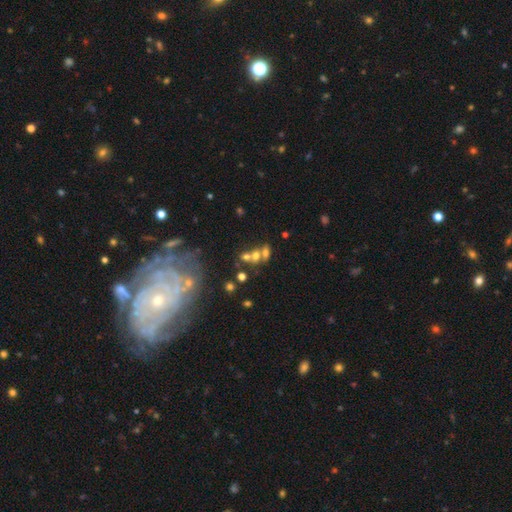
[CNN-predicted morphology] The model was most divided on "how rounded": in between: 57%, round: 39%, cigar-shaped: 4%. More confident: merging — merger (58%); smooth or featured — smooth (54%).